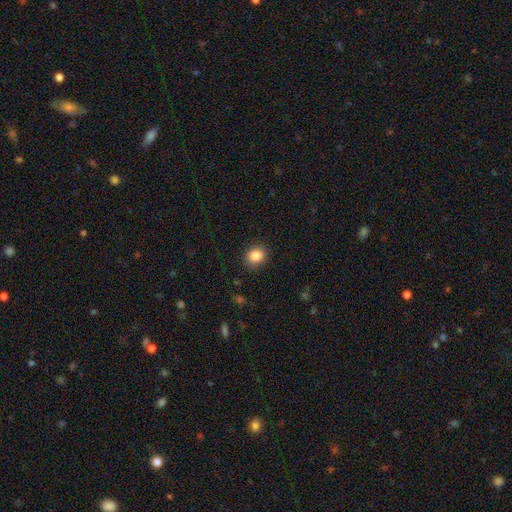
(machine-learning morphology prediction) A smooth galaxy with no disk features (86%) that is round (66%). Merging: none (88%).